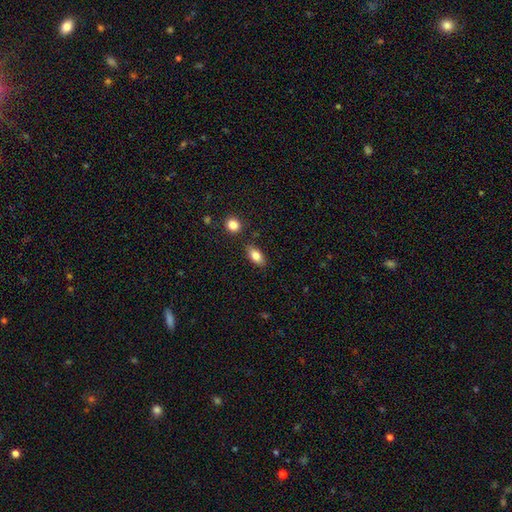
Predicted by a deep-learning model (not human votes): smooth_or_featured: smooth (p=0.81) [alt: featured or disk p=0.11]
how_rounded: in between (p=0.87) [alt: cigar-shaped p=0.07]
merging: none (p=0.83) [alt: minor disturbance p=0.11]